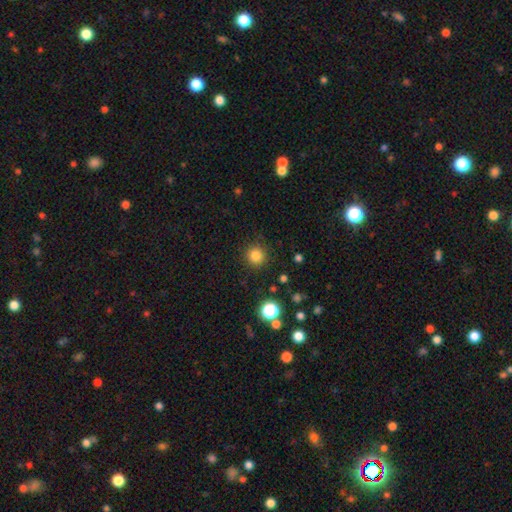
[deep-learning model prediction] smooth 82%, star or artifact 13%, featured or disk 5%. Down the decision tree: how rounded — round (94%); merging — none (90%).